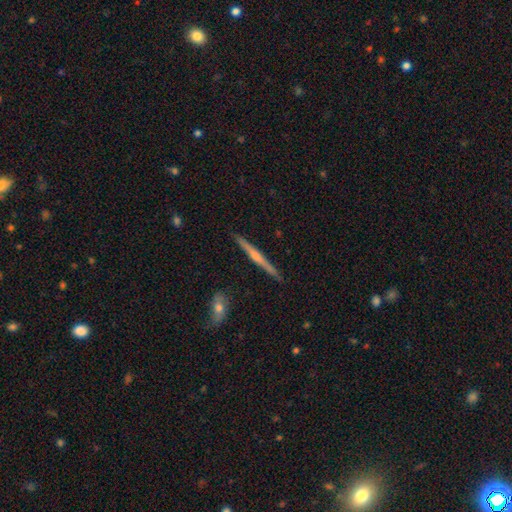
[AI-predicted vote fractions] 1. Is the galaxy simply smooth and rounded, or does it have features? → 72% featured or disk, 23% smooth, 5% star or artifact.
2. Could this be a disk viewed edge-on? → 98% yes, 2% no.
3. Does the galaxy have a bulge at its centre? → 74% rounded, 18% none, 8% boxy.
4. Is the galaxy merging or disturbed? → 91% none, 6% minor disturbance, 1% merger, 1% major disturbance.